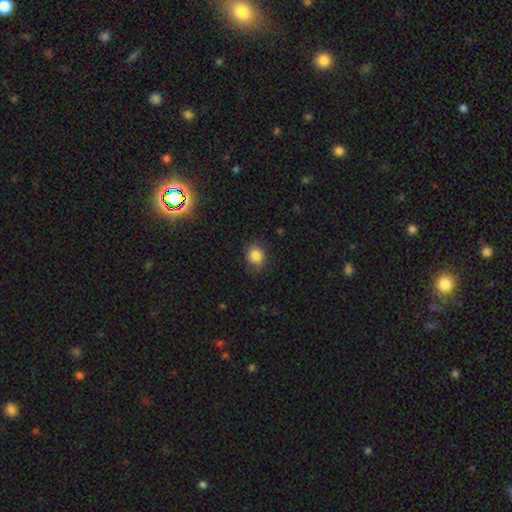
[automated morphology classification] Smooth or featured: smooth — 85% (star or artifact — 10%)
How rounded: round — 59% (in between — 40%)
Merging: none — 77% (minor disturbance — 18%)